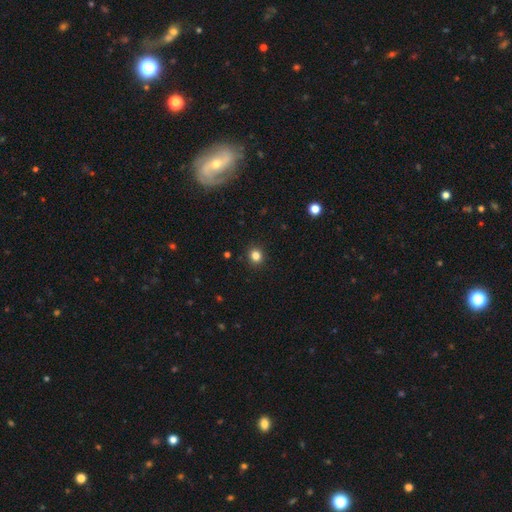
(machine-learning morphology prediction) A smooth galaxy with no disk features (83%) that is round (84%).

Vote fractions:
- Smooth or featured? smooth: 83% / star or artifact: 12% / featured or disk: 5%
- How rounded? round: 84% / in between: 15% / cigar-shaped: 1%
- Merging? none: 92% / minor disturbance: 6% / major disturbance: 2% / merger: 1%